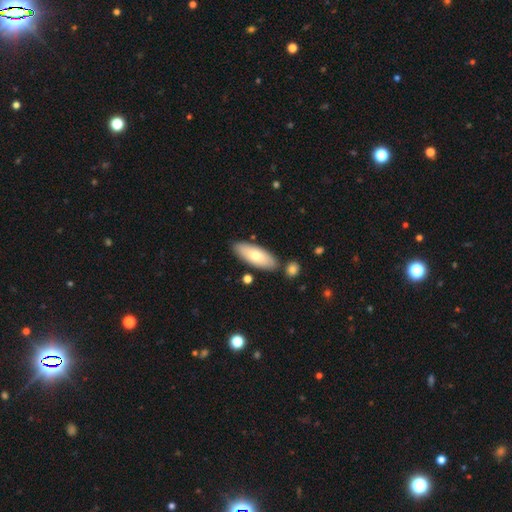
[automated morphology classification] This is likely a smooth galaxy (70%). How rounded: likely in between (73%). Merging: clearly none (82%).